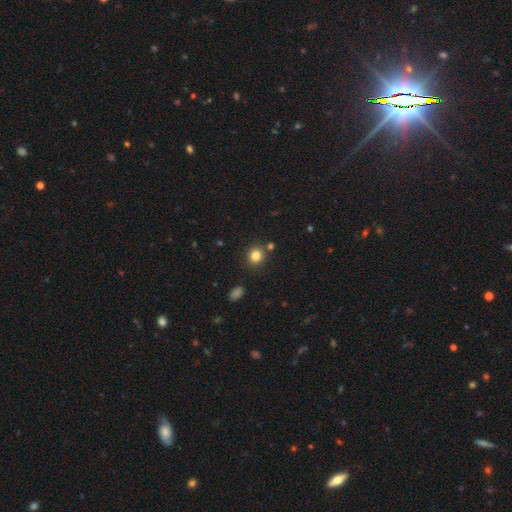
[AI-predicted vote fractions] The model was most divided on "how rounded": round: 77%, in between: 22%, cigar-shaped: 1%. More confident: merging — none (83%); smooth or featured — smooth (82%).